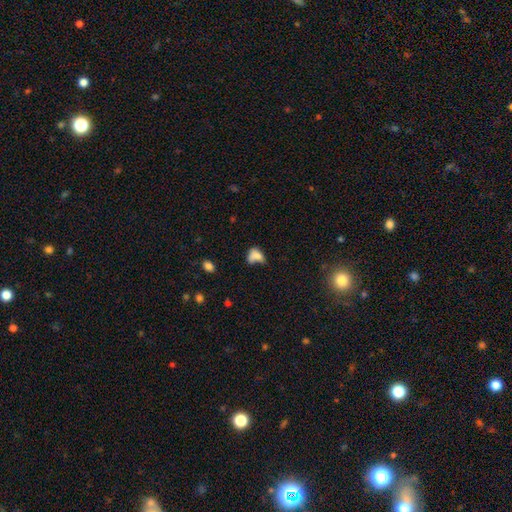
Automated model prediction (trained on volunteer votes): Morphology: type=smooth (69%); roundness=in between (77%); merging=merger (33%).